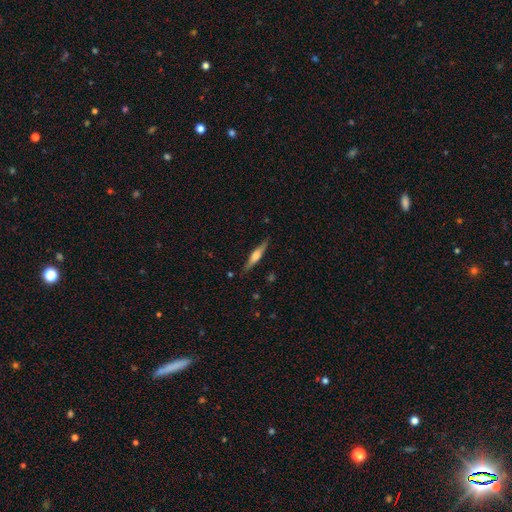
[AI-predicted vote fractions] Morphology: type=featured or disk (60%); edge-on=yes (97%); edge-on bulge=rounded (78%); merging=none (87%).